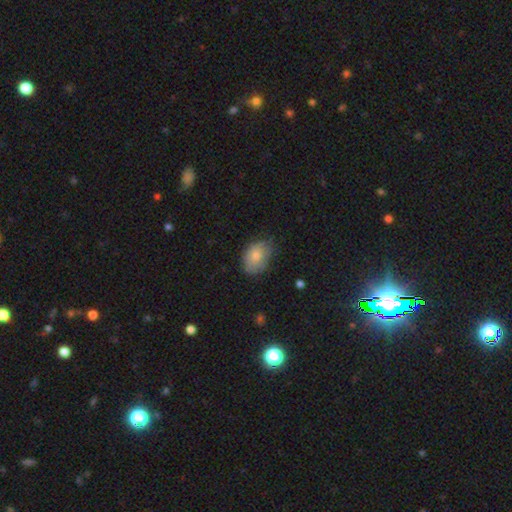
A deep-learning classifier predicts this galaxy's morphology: smooth-or-featured: smooth: 77% | featured or disk: 15% | star or artifact: 7%
  how-rounded: in between: 80% | round: 19% | cigar-shaped: 1%
  merging: none: 63% | minor disturbance: 29% | major disturbance: 7% | merger: 1%